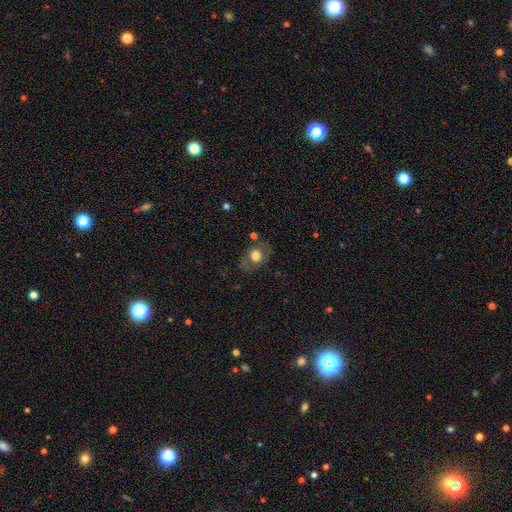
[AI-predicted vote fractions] A smooth galaxy with no disk features (58%) that is in between round and cigar-shaped (62%). Merging: none (75%).